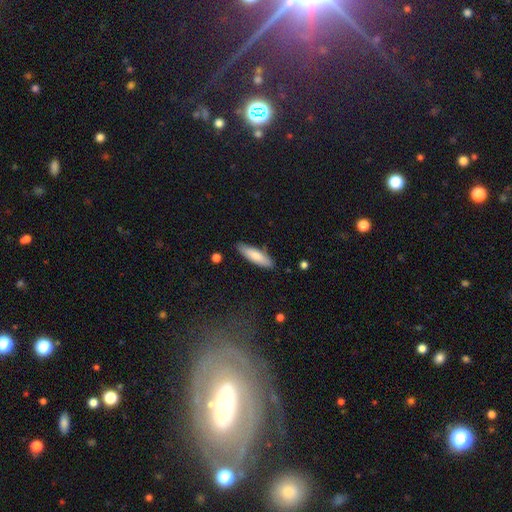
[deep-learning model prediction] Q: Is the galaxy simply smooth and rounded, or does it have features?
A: smooth — 76%.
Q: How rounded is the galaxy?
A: cigar-shaped — 64%.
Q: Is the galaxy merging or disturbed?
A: none — 86%.